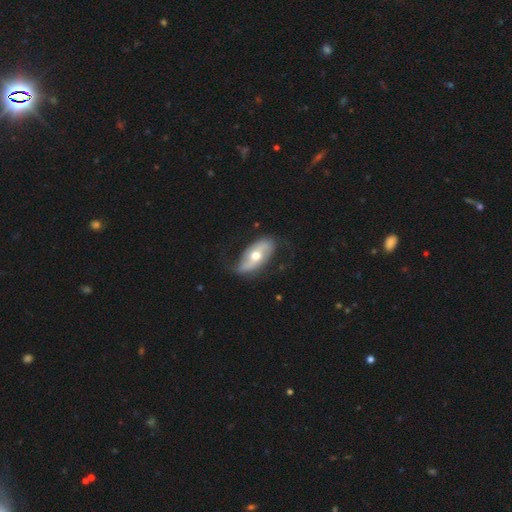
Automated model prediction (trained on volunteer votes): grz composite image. It shows a featured or disk galaxy (64%) with no bar (55%), spiral arms (77%) and a moderate central bulge (76%). Merging: none (65%).